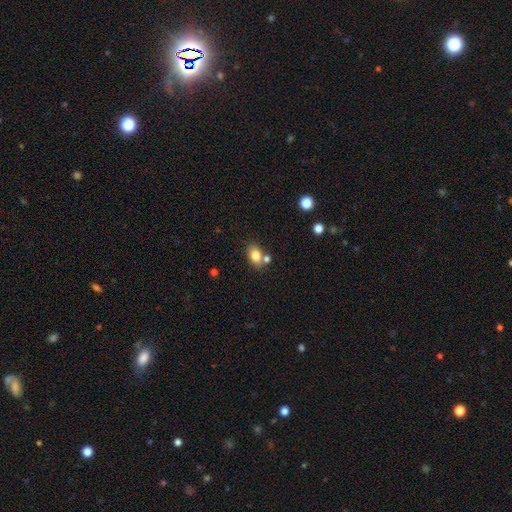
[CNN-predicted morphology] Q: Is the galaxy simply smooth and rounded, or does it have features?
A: smooth — 80%.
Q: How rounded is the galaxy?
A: in between — 75%.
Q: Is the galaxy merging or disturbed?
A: none — 63%.